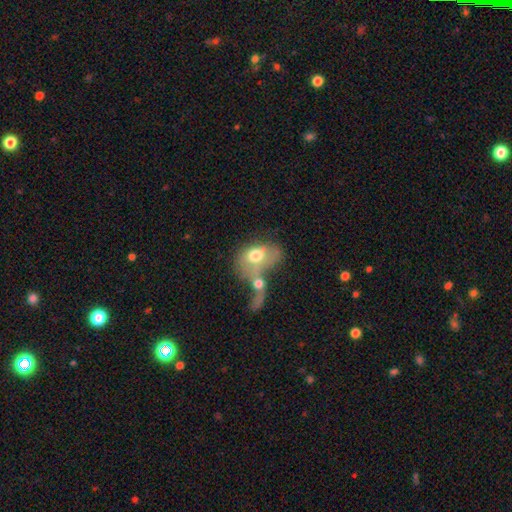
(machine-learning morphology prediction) smooth_or_featured: smooth (p=0.61) [alt: featured or disk p=0.32]
how_rounded: in between (p=0.81) [alt: round p=0.16]
merging: merger (p=0.68) [alt: major disturbance p=0.18]